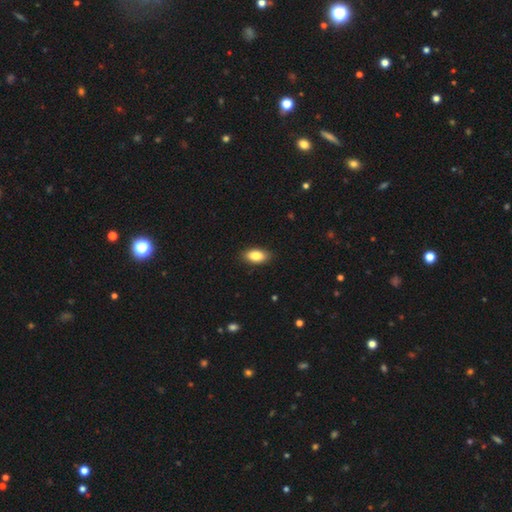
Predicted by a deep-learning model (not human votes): Q: Smooth or featured?
A: smooth (87%); runner-up: star or artifact (7%)
Q: How rounded?
A: in between (92%); runner-up: cigar-shaped (5%)
Q: Merging?
A: none (88%); runner-up: minor disturbance (9%)